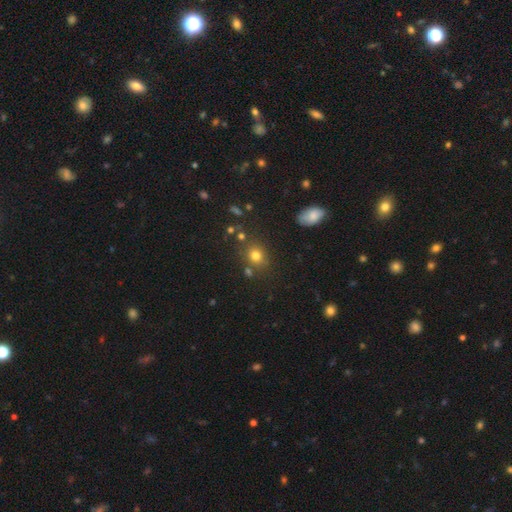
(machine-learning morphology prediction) Smooth or featured: smooth — 75% (star or artifact — 16%)
How rounded: round — 68% (in between — 31%)
Merging: none — 75% (minor disturbance — 12%)